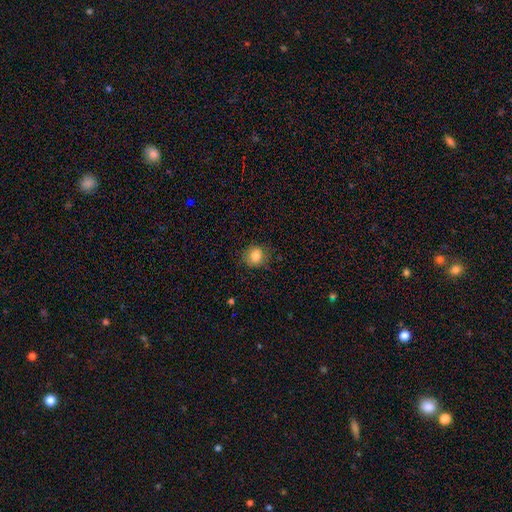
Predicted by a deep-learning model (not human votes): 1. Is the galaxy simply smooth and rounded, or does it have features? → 82% smooth, 10% star or artifact, 8% featured or disk.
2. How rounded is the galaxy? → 82% round, 17% in between, 1% cigar-shaped.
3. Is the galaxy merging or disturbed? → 82% none, 13% minor disturbance, 3% major disturbance, 1% merger.